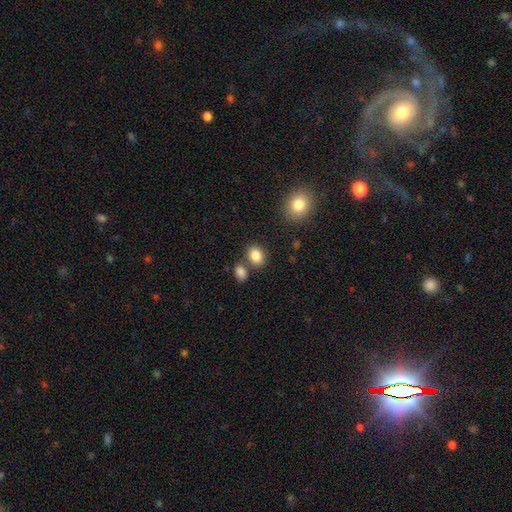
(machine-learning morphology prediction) Q: Smooth or featured?
A: smooth (86%); runner-up: star or artifact (9%)
Q: How rounded?
A: in between (61%); runner-up: round (38%)
Q: Merging?
A: none (68%); runner-up: merger (17%)